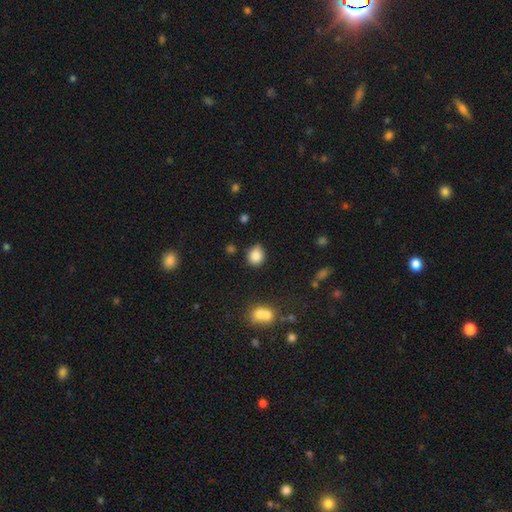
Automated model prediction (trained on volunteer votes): This is clearly a smooth galaxy (85%). How rounded: likely round (70%). Merging: likely none (76%).